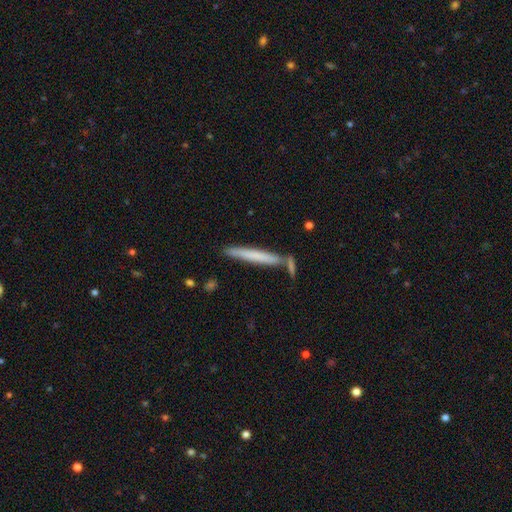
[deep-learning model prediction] Overall: smooth (63%; featured or disk 31%). How rounded: cigar-shaped (96%). Merging: none (74%).